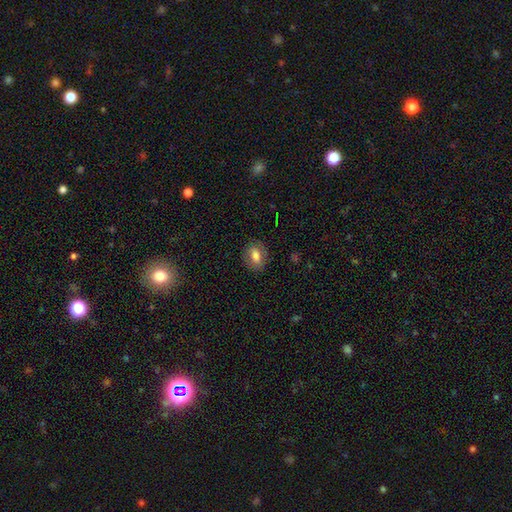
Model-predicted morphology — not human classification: smooth 73%, featured or disk 18%, star or artifact 9%. Down the decision tree: how rounded — in between (68%); merging — none (84%).